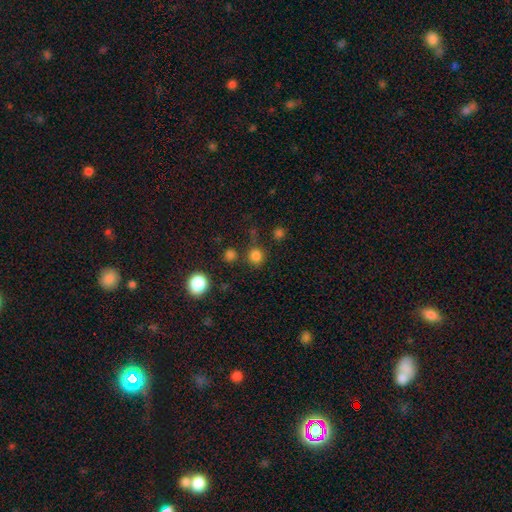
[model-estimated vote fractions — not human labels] Smooth or featured? Predicted: smooth (p=0.80). How rounded? Predicted: round (p=0.92). Merging? Predicted: none (p=0.81).